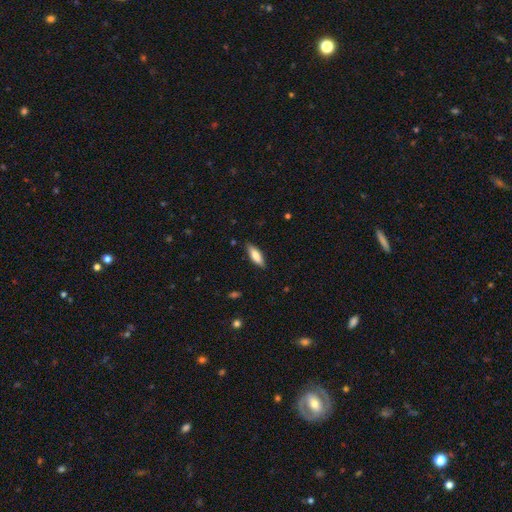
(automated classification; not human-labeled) Smooth or featured? smooth (80%)
How rounded? in between (53%)
Merging? none (85%)